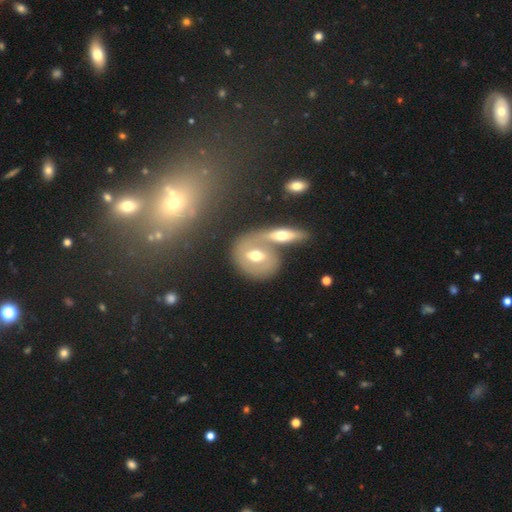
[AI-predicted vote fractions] Morphology: type=featured or disk (54%); edge-on=no (85%); merging=merger (43%).